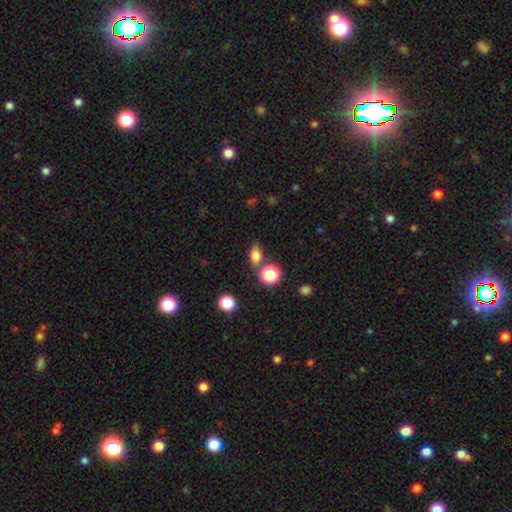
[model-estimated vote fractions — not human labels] smooth 76%, star or artifact 15%, featured or disk 9%. Down the decision tree: how rounded — in between (68%); merging — none (67%).